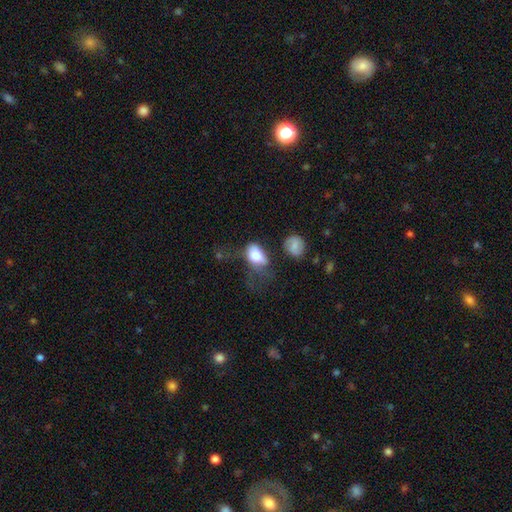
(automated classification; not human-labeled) Morphology: type=smooth (71%); roundness=in between (79%); merging=major disturbance (48%).